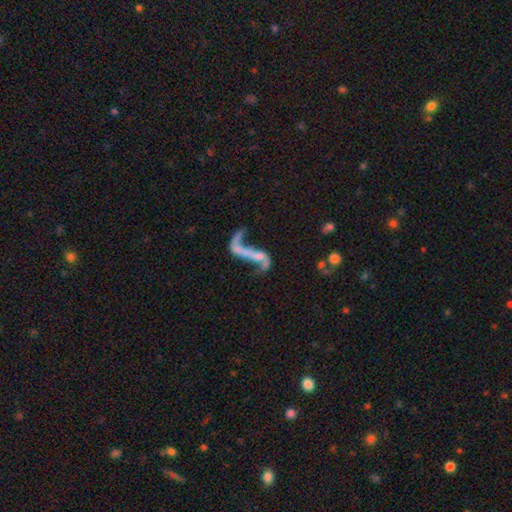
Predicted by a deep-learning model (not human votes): Overall: featured or disk (78%). Edge-on disk: no (92%). Bar: no (45%; weak 28%). Spiral arms: yes (75%). Spiral arm count: 2 (78%). Spiral winding: loose (93%). Bulge size: none (48%; small 34%). Merging: major disturbance (34%; none 32%).